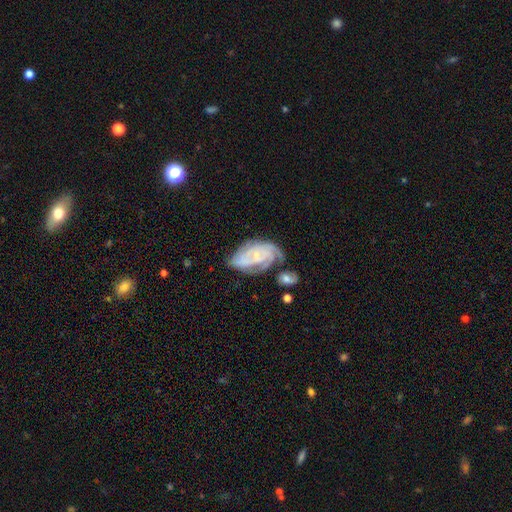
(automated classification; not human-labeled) smooth_or_featured: featured or disk (p=0.81) [alt: smooth p=0.12]
disk_edge_on: no (p=0.97) [alt: yes p=0.03]
bar: no (p=0.61) [alt: weak p=0.31]
has_spiral_arms: yes (p=0.96) [alt: no p=0.04]
spiral_winding: tight (p=0.65) [alt: medium p=0.29]
spiral_arm_count: 3 (p=0.32) [alt: can't tell p=0.23]
bulge_size: small (p=0.67) [alt: moderate p=0.16]
merging: none (p=0.56) [alt: minor disturbance p=0.23]